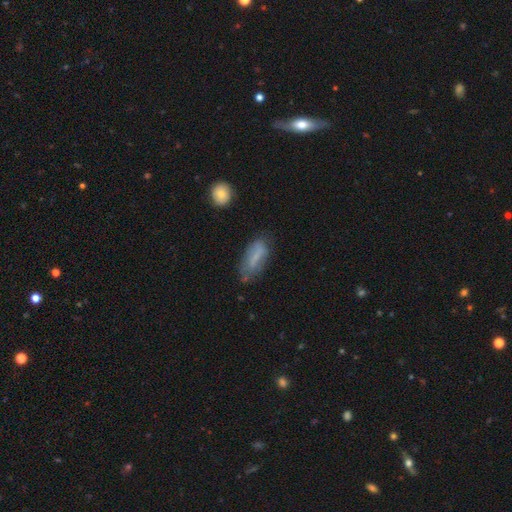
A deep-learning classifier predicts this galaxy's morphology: Q: Smooth or featured?
A: smooth (63%); runner-up: featured or disk (29%)
Q: How rounded?
A: in between (71%); runner-up: cigar-shaped (26%)
Q: Merging?
A: none (60%); runner-up: minor disturbance (27%)